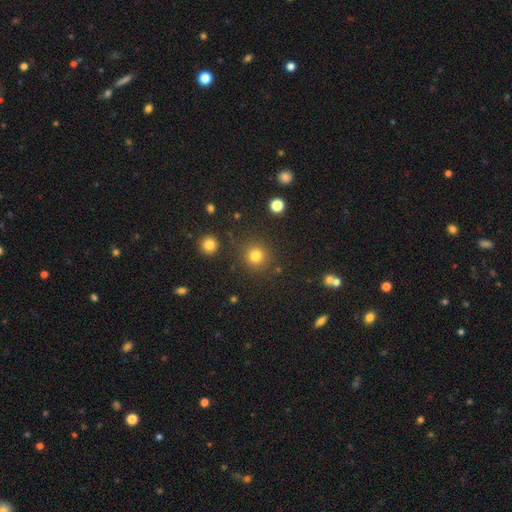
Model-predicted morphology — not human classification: Q: Smooth or featured?
A: smooth (81%); runner-up: star or artifact (14%)
Q: How rounded?
A: round (93%); runner-up: in between (6%)
Q: Merging?
A: none (87%); runner-up: minor disturbance (7%)